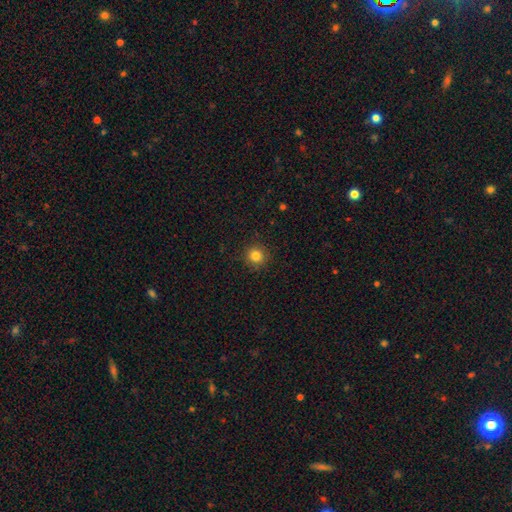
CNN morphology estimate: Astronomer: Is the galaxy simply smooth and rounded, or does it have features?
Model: smooth — 83%.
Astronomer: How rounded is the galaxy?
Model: round — 95%.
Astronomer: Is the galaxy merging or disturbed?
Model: none — 91%.